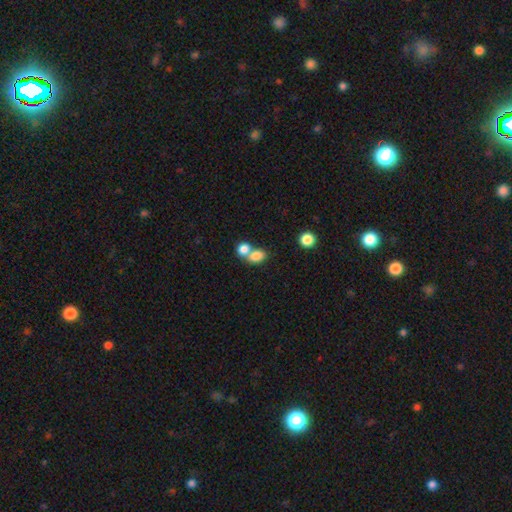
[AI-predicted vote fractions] This appears to be a smooth galaxy with no disk features (81%) that is in between round and cigar-shaped (65%). Merging: merger (57%).